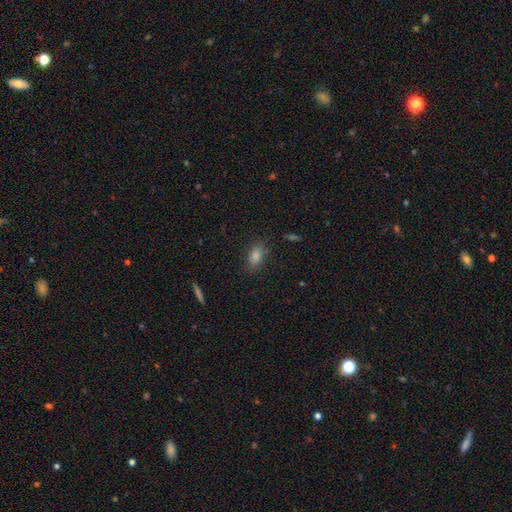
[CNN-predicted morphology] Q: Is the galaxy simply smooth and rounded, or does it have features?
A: smooth — 78%.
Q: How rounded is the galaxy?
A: in between — 83%.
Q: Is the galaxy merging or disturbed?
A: none — 83%.